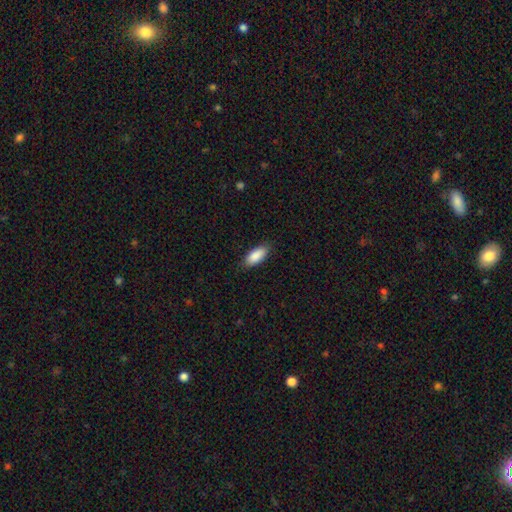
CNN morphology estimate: smooth_or_featured: smooth (p=0.89) [alt: star or artifact p=0.06]
how_rounded: in between (p=0.86) [alt: cigar-shaped p=0.12]
merging: none (p=0.84) [alt: minor disturbance p=0.13]